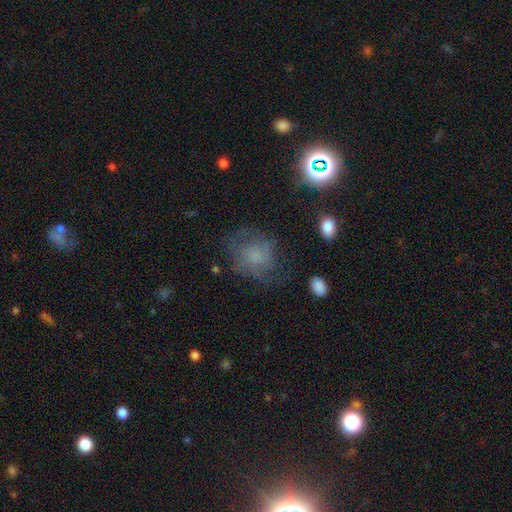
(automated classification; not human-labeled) A smooth galaxy with no disk features (47%). Merging: none (55%).